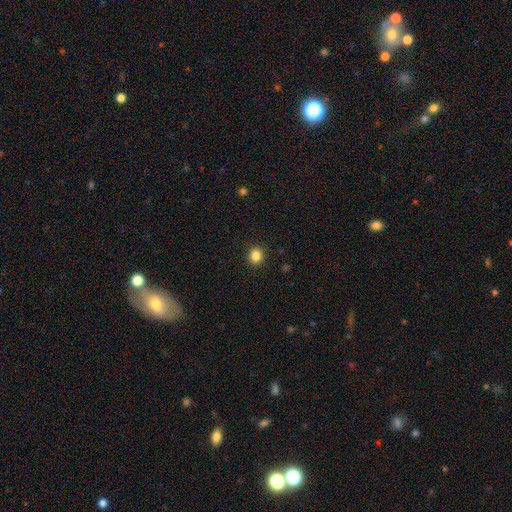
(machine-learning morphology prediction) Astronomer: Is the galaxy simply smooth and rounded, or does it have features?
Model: smooth — 85%.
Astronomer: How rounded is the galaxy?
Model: round — 88%.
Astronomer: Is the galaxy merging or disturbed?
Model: none — 92%.